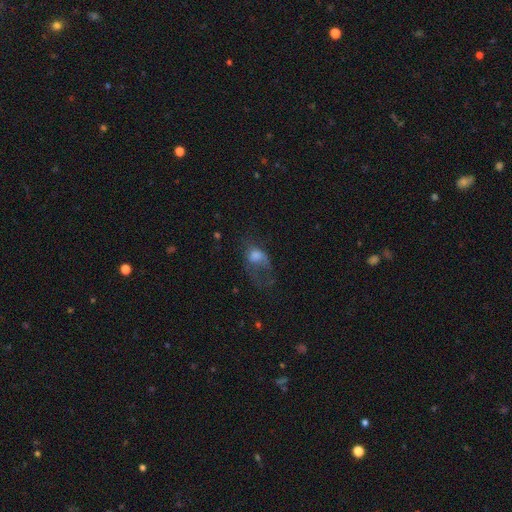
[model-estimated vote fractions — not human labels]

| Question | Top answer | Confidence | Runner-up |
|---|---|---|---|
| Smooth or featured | smooth | 52% | featured or disk (33%) |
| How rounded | in between | 68% | round (30%) |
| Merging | major disturbance | 53% | none (25%) |